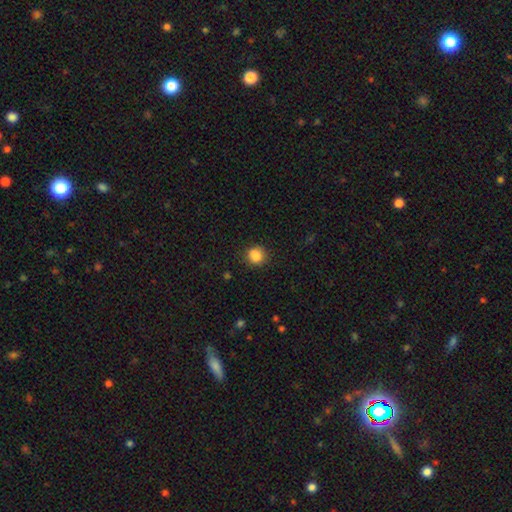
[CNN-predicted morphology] Smooth or featured? smooth (86%)
How rounded? round (88%)
Merging? none (86%)